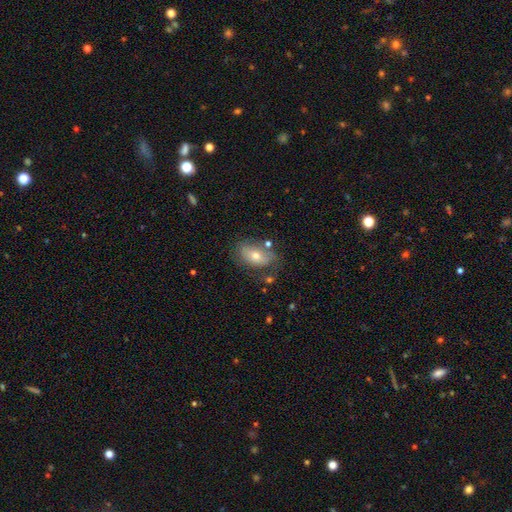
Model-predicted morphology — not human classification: This is possibly a smooth galaxy (58%). How rounded: clearly in between (87%). Merging: likely none (65%).